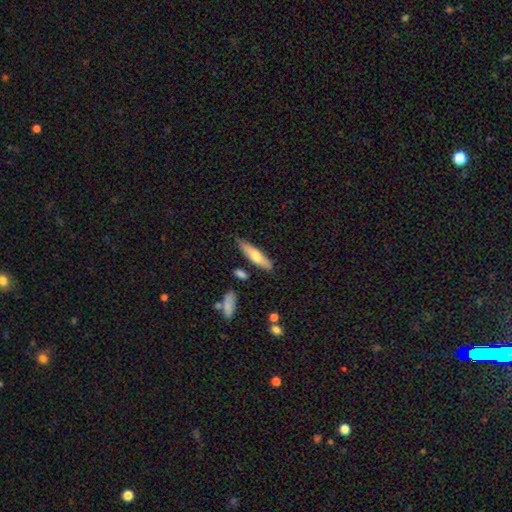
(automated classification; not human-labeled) Morphology: type=smooth (61%); roundness=cigar-shaped (69%); merging=none (75%).